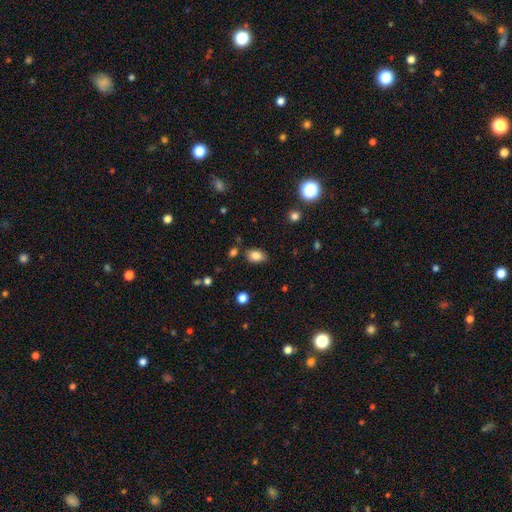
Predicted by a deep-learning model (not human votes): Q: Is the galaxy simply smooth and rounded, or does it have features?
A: smooth — 84%.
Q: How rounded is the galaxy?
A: in between — 85%.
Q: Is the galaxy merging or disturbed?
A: none — 77%.